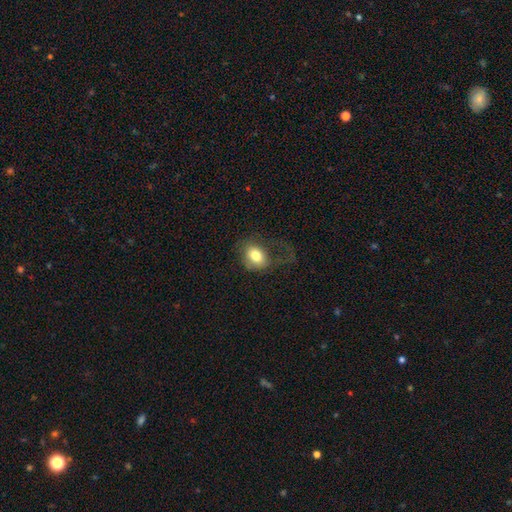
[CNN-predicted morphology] Smooth or featured? Predicted: smooth (p=0.76). How rounded? Predicted: in between (p=0.67). Merging? Predicted: major disturbance (p=0.44).